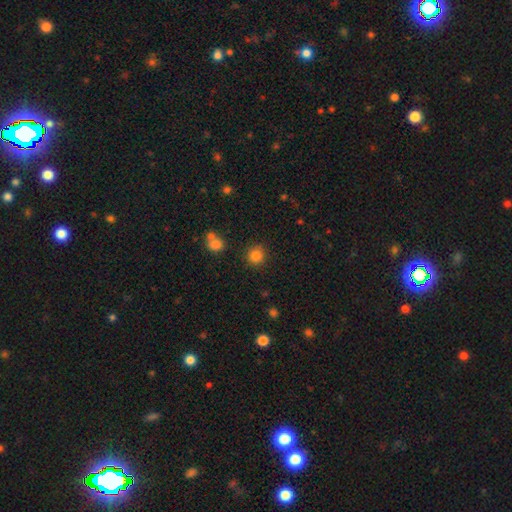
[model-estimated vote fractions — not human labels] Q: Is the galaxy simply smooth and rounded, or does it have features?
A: smooth — 84%.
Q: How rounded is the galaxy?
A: round — 91%.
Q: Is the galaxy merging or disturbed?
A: none — 87%.